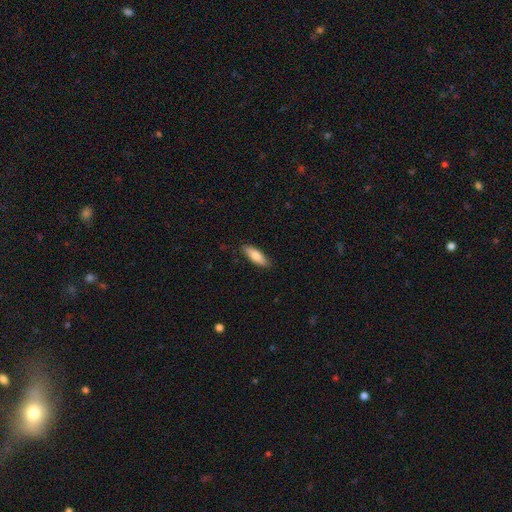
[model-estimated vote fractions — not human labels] Smooth or featured? smooth (81%)
How rounded? in between (59%)
Merging? none (86%)